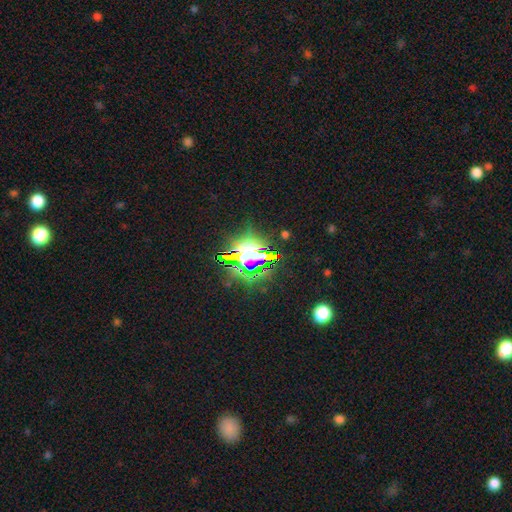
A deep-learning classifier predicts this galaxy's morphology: Smooth or featured? star or artifact (81%)